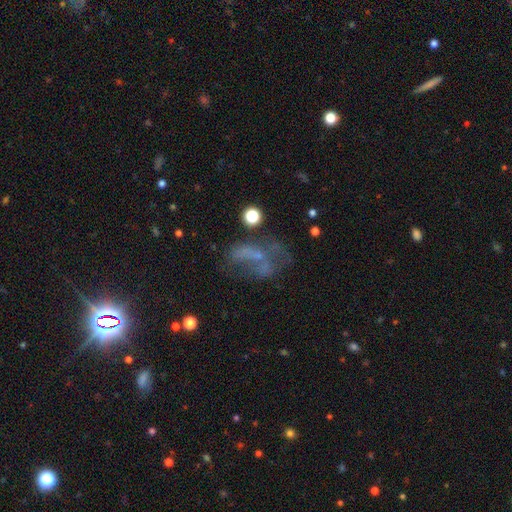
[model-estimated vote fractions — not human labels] Smooth or featured?
  - featured or disk: 41% *
  - smooth: 32%
  - star or artifact: 27%
Merging?
  - major disturbance: 38% *
  - none: 30%
  - minor disturbance: 17%
  - merger: 14%